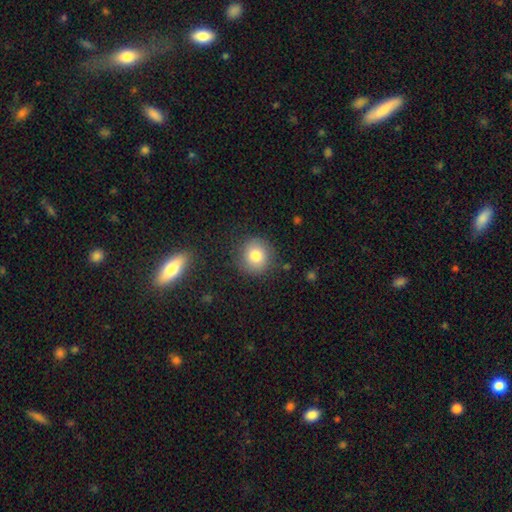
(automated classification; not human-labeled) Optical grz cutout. It shows a smooth galaxy with no disk features (78%) that is round (90%). Merging: none (85%).